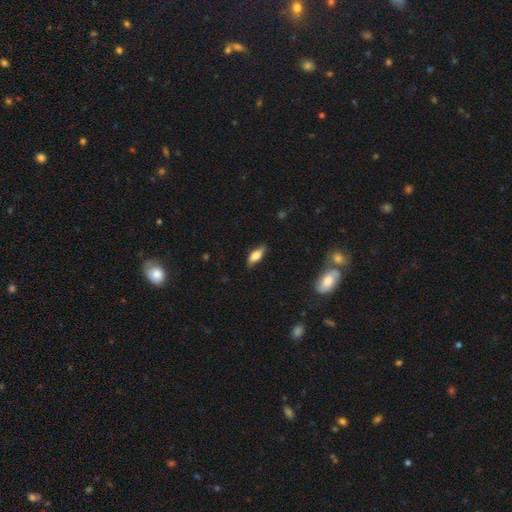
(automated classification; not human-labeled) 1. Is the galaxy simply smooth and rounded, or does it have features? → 70% smooth, 23% featured or disk, 7% star or artifact.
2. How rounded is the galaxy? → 73% in between, 24% cigar-shaped, 3% round.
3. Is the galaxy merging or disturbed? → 78% none, 17% minor disturbance, 3% major disturbance, 1% merger.